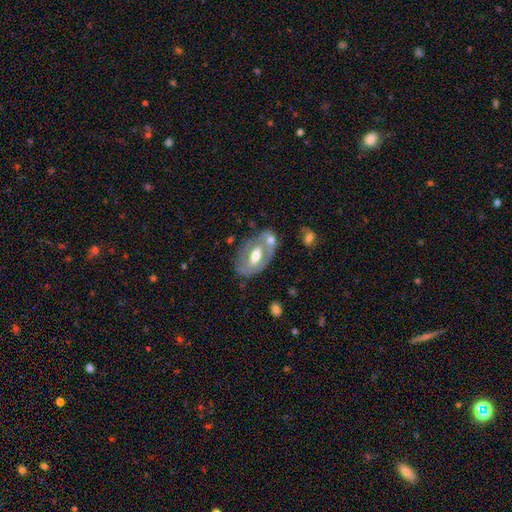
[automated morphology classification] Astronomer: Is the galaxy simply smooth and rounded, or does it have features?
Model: featured or disk — 59% (runner-up: smooth, 35%).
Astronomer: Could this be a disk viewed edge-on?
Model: no — 91%.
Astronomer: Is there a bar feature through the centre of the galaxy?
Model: no — 49% (runner-up: weak, 34%).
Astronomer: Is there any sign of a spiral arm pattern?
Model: no — 64%.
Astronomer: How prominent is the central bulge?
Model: moderate — 65%.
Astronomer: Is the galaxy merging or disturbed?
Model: none — 44% (runner-up: merger, 28%).